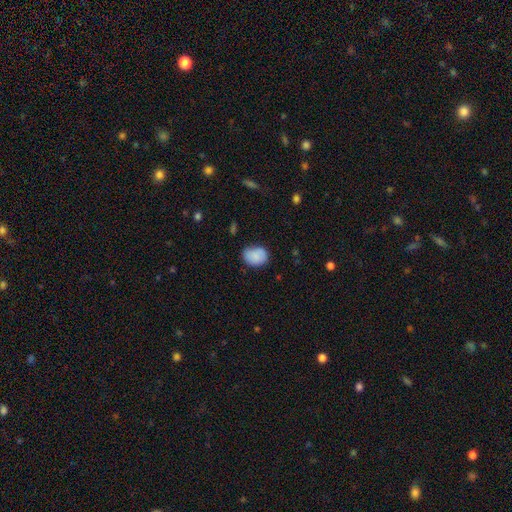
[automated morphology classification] Smooth or featured: smooth — 85% (star or artifact — 8%)
How rounded: in between — 63% (round — 36%)
Merging: none — 64% (minor disturbance — 28%)